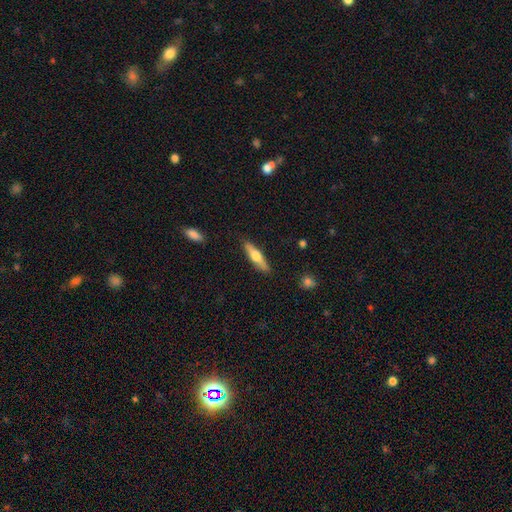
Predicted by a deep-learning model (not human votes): smooth_or_featured: smooth (p=0.50) [alt: featured or disk p=0.45]
merging: none (p=0.87) [alt: minor disturbance p=0.09]